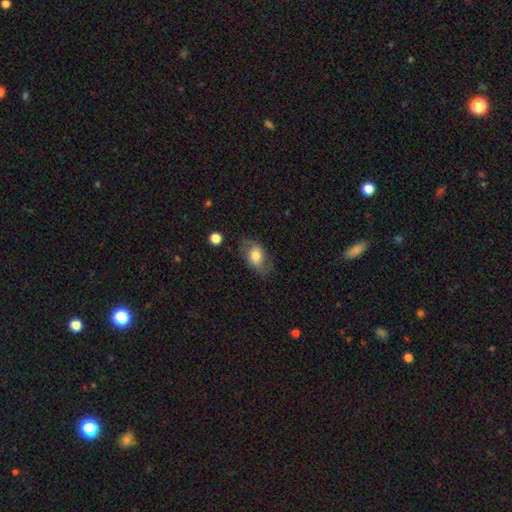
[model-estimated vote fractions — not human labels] A smooth galaxy with no disk features (61%) that is in between round and cigar-shaped (80%). Merging: none (68%).